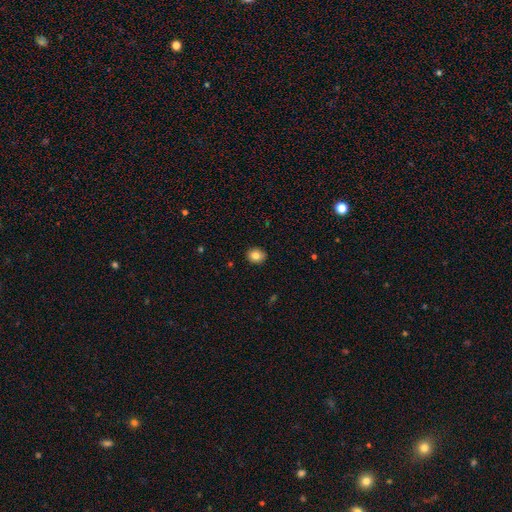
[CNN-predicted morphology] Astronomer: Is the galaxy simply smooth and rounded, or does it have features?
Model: smooth — 82%.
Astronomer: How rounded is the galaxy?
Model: round — 73%.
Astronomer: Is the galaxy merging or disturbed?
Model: none — 89%.